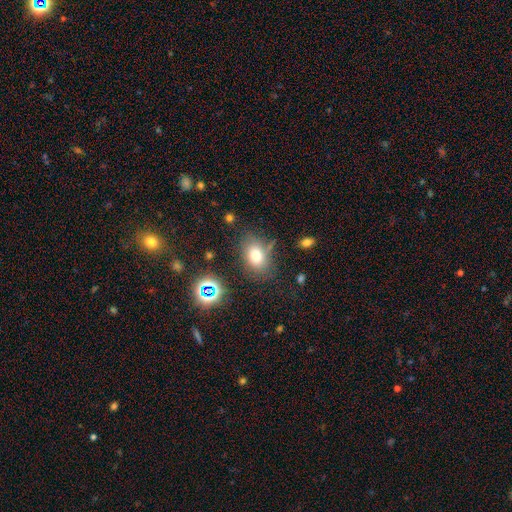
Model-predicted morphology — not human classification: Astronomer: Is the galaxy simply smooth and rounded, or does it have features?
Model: smooth — 74%.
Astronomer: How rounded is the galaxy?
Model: in between — 78%.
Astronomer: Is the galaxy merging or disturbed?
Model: none — 72%.